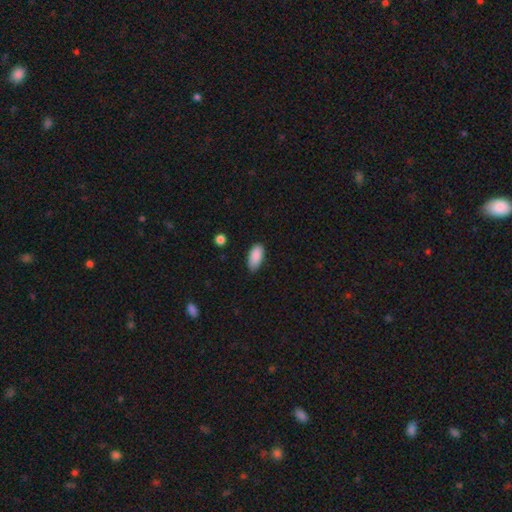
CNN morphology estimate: Smooth or featured: smooth — 90% (star or artifact — 7%)
How rounded: in between — 92% (cigar-shaped — 6%)
Merging: none — 80% (minor disturbance — 16%)